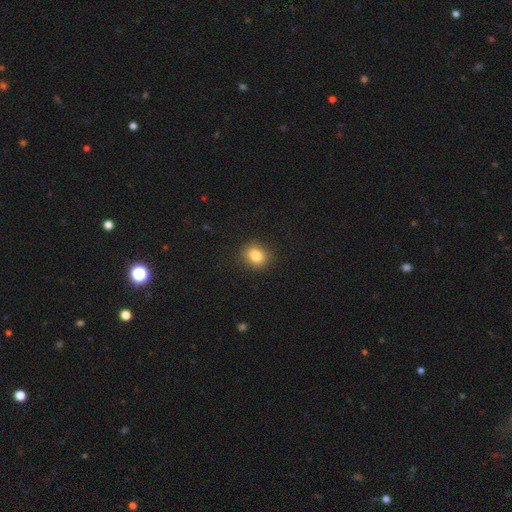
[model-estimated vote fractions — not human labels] Overall: smooth (82%). How rounded: round (69%; in between 30%). Merging: none (88%).